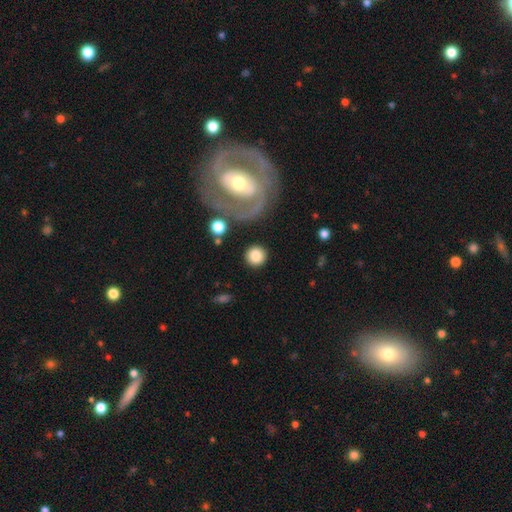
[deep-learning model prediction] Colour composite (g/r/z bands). It shows a smooth galaxy with no disk features (81%) that is round (92%). Merging: none (85%).